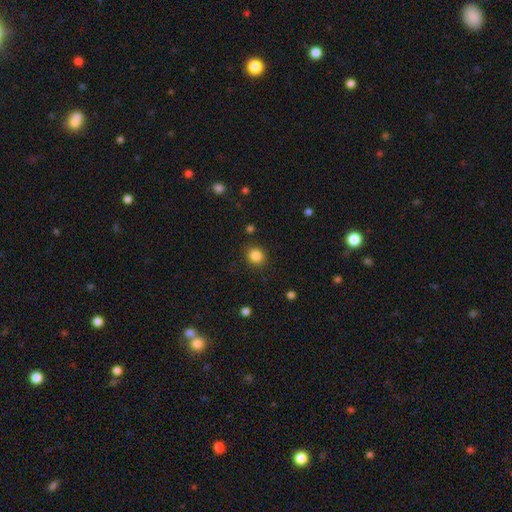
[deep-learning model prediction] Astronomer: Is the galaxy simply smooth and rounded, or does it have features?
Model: smooth — 85%.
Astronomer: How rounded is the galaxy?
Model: round — 82%.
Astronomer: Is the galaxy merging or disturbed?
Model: none — 88%.